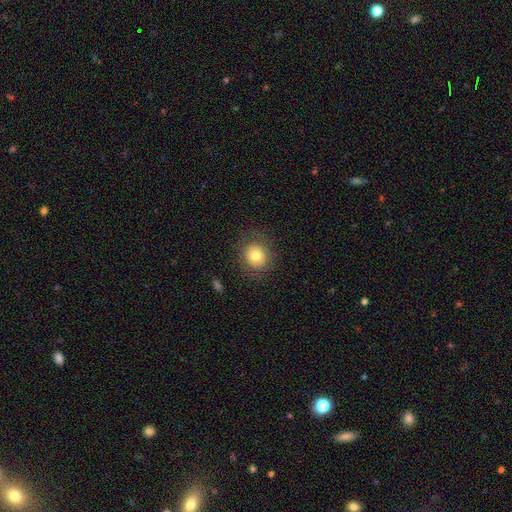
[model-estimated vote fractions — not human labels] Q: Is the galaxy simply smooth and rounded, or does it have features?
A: smooth — 76%.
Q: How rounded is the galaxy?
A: round — 85%.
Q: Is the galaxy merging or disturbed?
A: none — 85%.